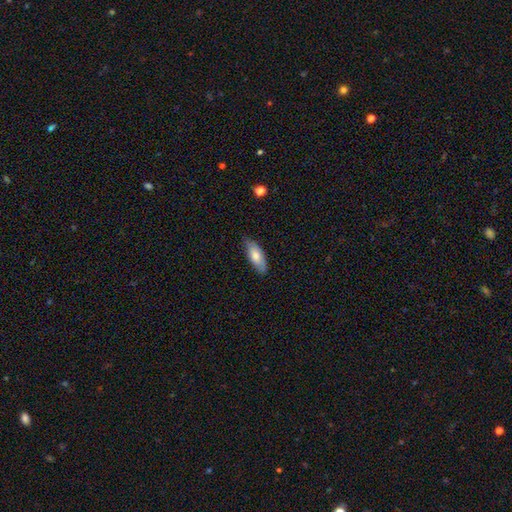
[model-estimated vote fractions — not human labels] smooth-or-featured: smooth: 71% | featured or disk: 23% | star or artifact: 6%
  how-rounded: in between: 75% | cigar-shaped: 23% | round: 2%
  merging: none: 78% | minor disturbance: 18% | major disturbance: 3% | merger: 1%